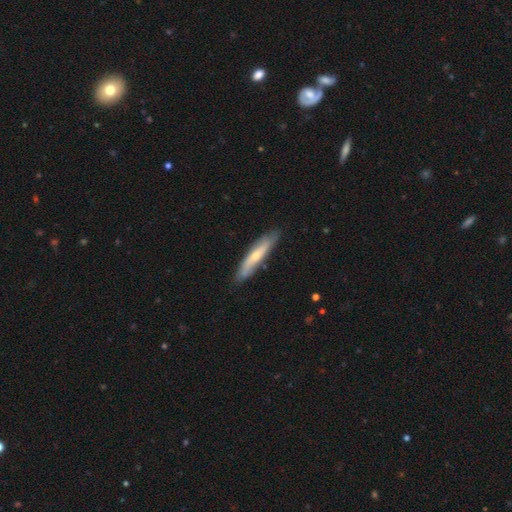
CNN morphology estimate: A smooth galaxy with no disk features (48%). Merging: none (82%).